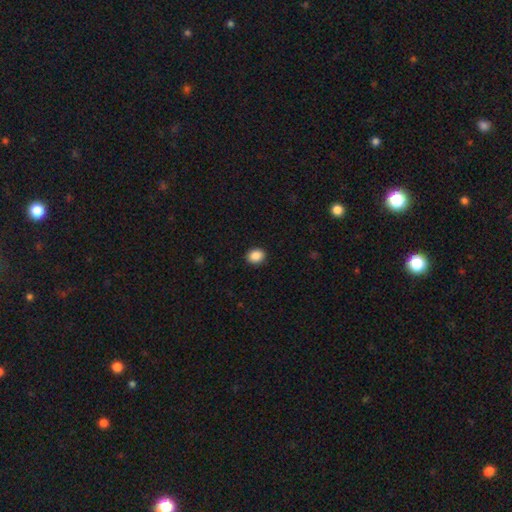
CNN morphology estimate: Smooth or featured?
  - smooth: 89% *
  - star or artifact: 9%
  - featured or disk: 3%
How rounded?
  - round: 57% *
  - in between: 42%
  - cigar-shaped: 1%
Merging?
  - none: 91% *
  - minor disturbance: 6%
  - major disturbance: 2%
  - merger: 1%